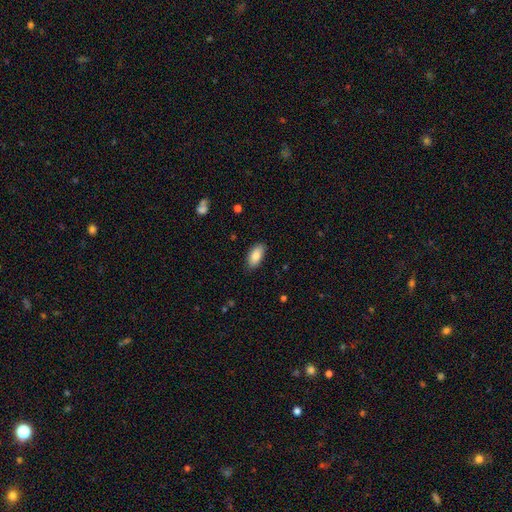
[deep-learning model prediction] Smooth or featured? smooth (86%)
How rounded? in between (91%)
Merging? none (86%)